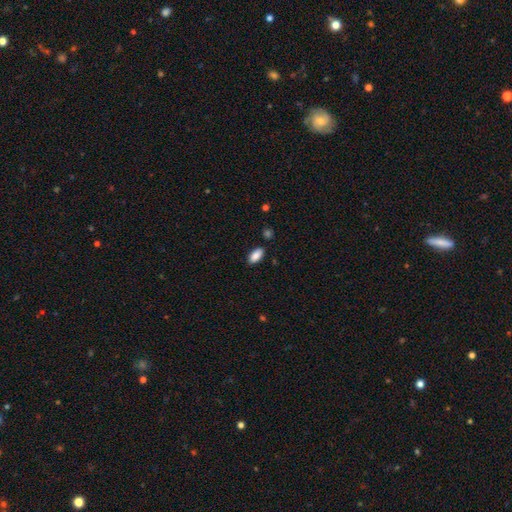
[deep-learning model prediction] A smooth galaxy with no disk features (88%) that is in between round and cigar-shaped (88%).

Vote fractions:
- Smooth or featured? smooth: 88% / star or artifact: 7% / featured or disk: 5%
- How rounded? in between: 88% / cigar-shaped: 9% / round: 2%
- Merging? none: 85% / minor disturbance: 11% / major disturbance: 2% / merger: 2%